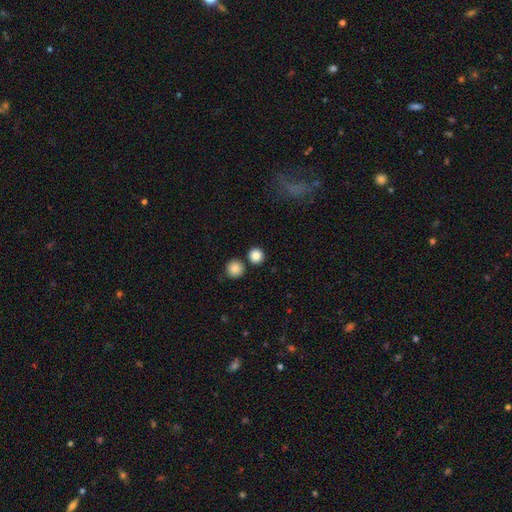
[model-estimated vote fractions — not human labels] Smooth or featured: smooth — 85% (star or artifact — 10%)
How rounded: round — 92% (in between — 7%)
Merging: none — 82% (merger — 10%)